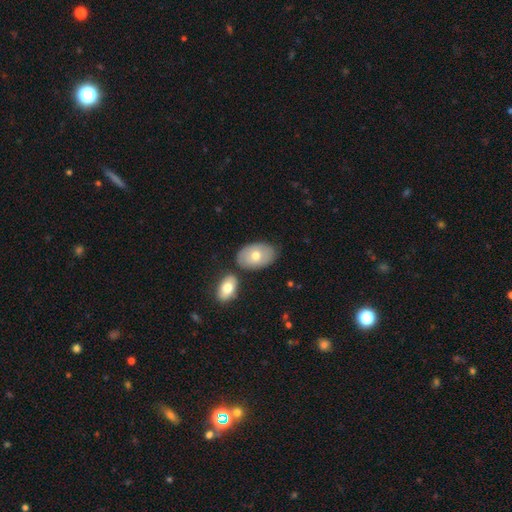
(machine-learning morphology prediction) smooth_or_featured: smooth (p=0.68) [alt: featured or disk p=0.26]
how_rounded: in between (p=0.90) [alt: round p=0.08]
merging: none (p=0.70) [alt: merger p=0.14]